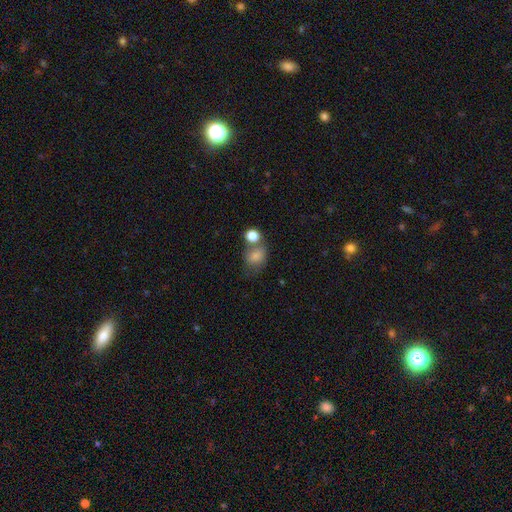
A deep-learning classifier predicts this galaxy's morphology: A smooth galaxy with no disk features (79%) that is round (53%).

Vote fractions:
- Smooth or featured? smooth: 79% / star or artifact: 11% / featured or disk: 10%
- How rounded? round: 53% / in between: 46% / cigar-shaped: 1%
- Merging? none: 42% / merger: 31% / minor disturbance: 18% / major disturbance: 10%